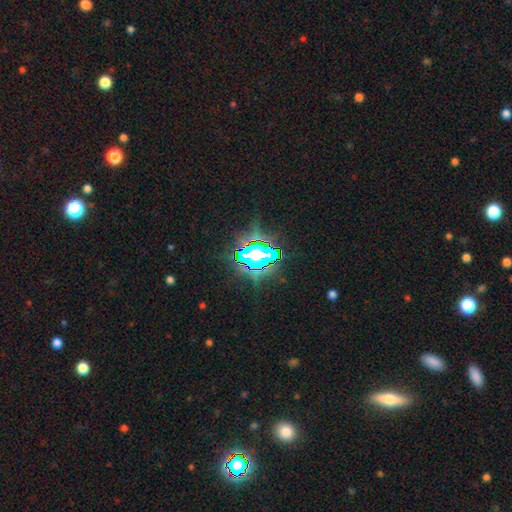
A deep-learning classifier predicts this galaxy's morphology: Smooth or featured: star or artifact — 72% (smooth — 14%)